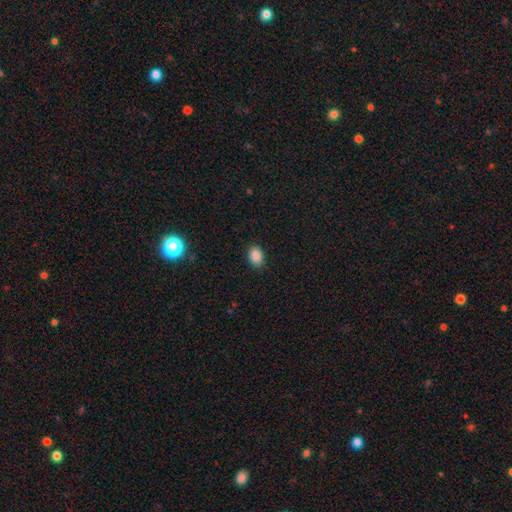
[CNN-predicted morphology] Overall: smooth (87%). How rounded: in between (76%). Merging: none (88%).